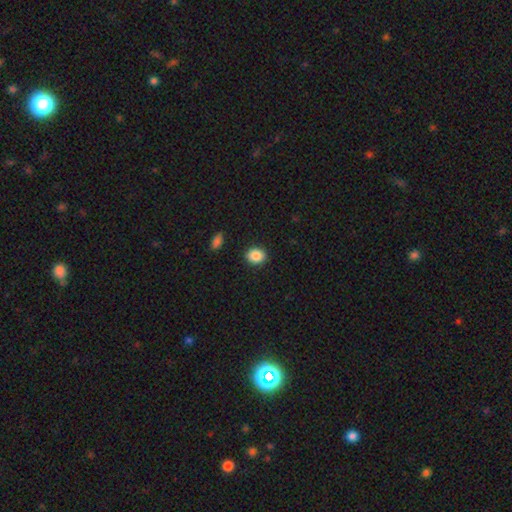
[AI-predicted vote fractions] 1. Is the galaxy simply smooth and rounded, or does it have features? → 87% smooth, 9% star or artifact, 4% featured or disk.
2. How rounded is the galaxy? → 59% round, 39% in between, 1% cigar-shaped.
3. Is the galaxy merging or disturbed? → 90% none, 6% minor disturbance, 2% major disturbance, 1% merger.